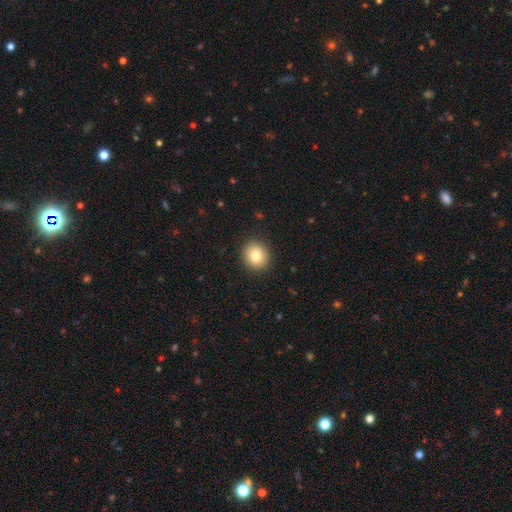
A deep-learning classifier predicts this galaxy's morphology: type=smooth (81%); roundness=round (84%); merging=none (91%).